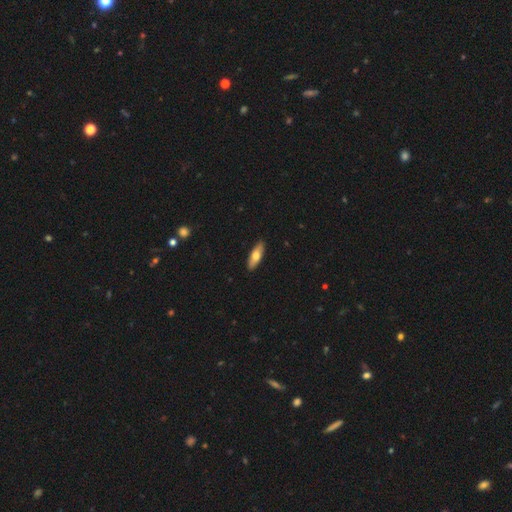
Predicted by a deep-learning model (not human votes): Smooth or featured? smooth (67%)
How rounded? in between (55%)
Merging? none (90%)